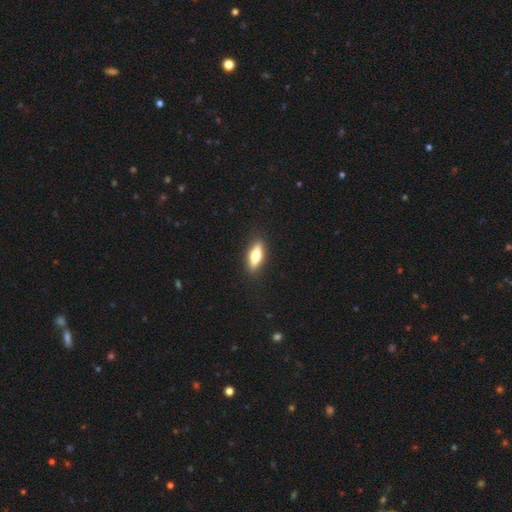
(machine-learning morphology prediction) Smooth or featured? smooth (57%)
How rounded? in between (53%)
Merging? none (89%)